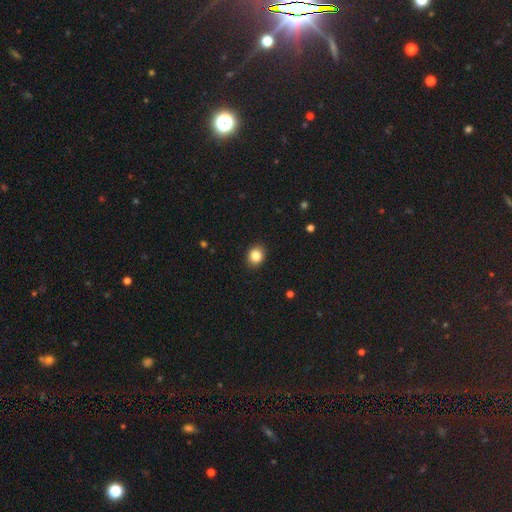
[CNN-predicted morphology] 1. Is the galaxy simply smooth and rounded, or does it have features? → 85% smooth, 10% star or artifact, 5% featured or disk.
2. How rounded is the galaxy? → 66% round, 33% in between, 1% cigar-shaped.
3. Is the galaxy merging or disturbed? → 90% none, 7% minor disturbance, 2% major disturbance, 1% merger.